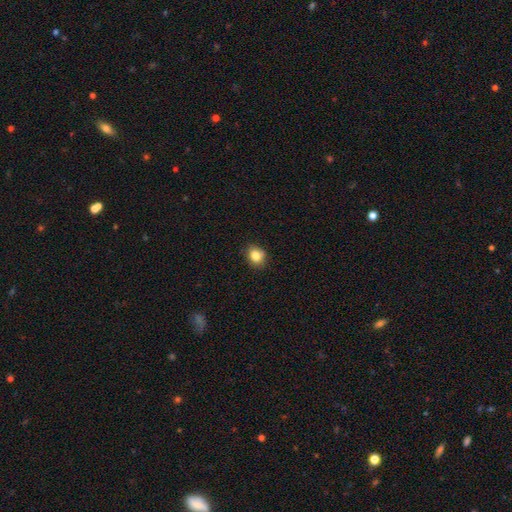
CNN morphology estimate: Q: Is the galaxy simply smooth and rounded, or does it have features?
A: smooth — 81%.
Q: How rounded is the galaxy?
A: round — 55%.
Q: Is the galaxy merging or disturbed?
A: none — 78%.